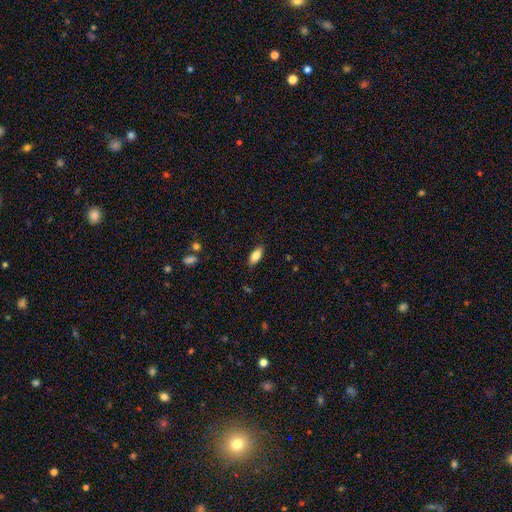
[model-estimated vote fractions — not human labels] A smooth galaxy with no disk features (78%) that is in between round and cigar-shaped (84%).

Vote fractions:
- Smooth or featured? smooth: 78% / featured or disk: 14% / star or artifact: 7%
- How rounded? in between: 84% / cigar-shaped: 14% / round: 3%
- Merging? none: 84% / minor disturbance: 12% / major disturbance: 3% / merger: 1%